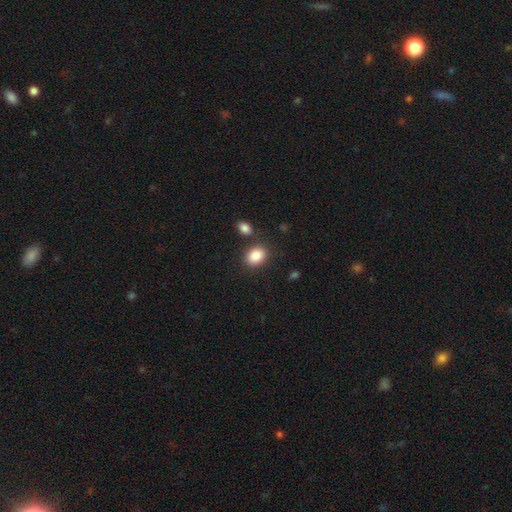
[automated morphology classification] This is clearly a smooth galaxy (87%). How rounded: likely in between (70%). Merging: likely none (75%).